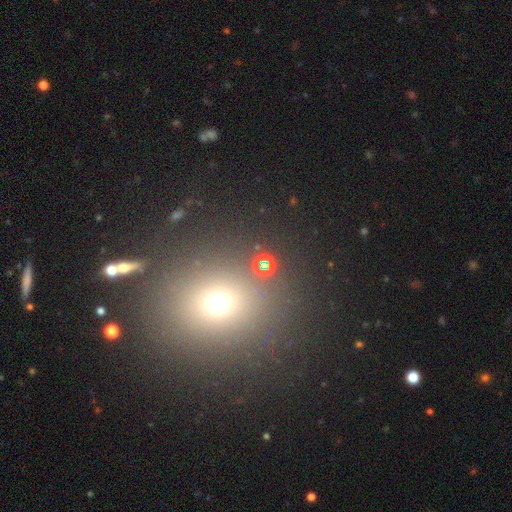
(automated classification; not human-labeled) Morphology: type=smooth (57%); roundness=round (78%); merging=none (84%).